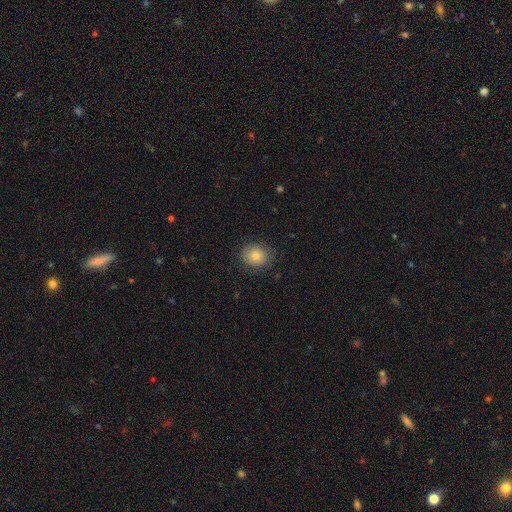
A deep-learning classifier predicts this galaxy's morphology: smooth 80%, featured or disk 11%, star or artifact 9%. Down the decision tree: how rounded — round (66%); merging — none (79%).